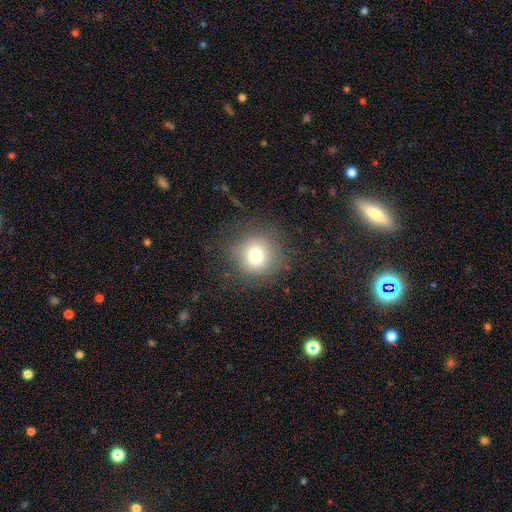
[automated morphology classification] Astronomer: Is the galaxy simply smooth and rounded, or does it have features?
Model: smooth — 74%.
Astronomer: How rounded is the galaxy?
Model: round — 93%.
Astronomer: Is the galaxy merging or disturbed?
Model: none — 81%.